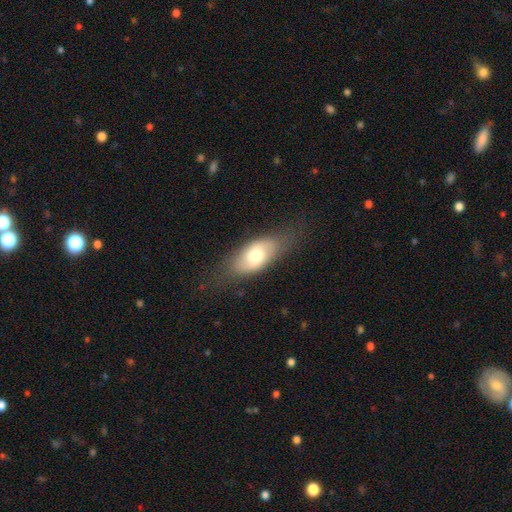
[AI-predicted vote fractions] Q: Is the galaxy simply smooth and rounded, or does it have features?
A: smooth — 64%.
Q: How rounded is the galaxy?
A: in between — 88%.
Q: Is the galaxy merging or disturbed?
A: none — 69%.